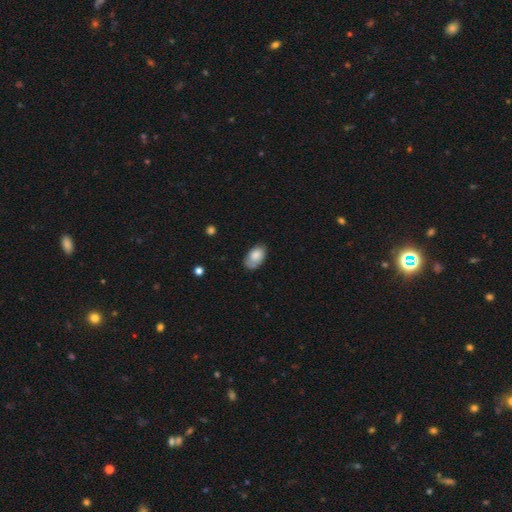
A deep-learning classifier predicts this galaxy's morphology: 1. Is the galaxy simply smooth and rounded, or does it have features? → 78% smooth, 15% featured or disk, 7% star or artifact.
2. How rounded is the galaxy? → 92% in between, 7% round, 1% cigar-shaped.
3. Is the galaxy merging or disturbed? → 62% none, 28% minor disturbance, 8% major disturbance, 2% merger.